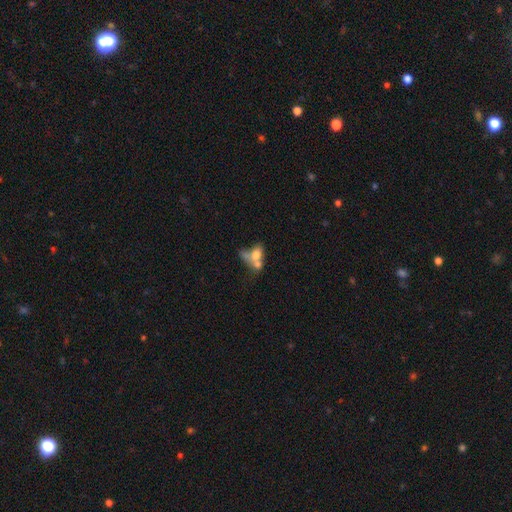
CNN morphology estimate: Smooth or featured?
  - smooth: 60% *
  - featured or disk: 29%
  - star or artifact: 11%
How rounded?
  - in between: 68% *
  - round: 27%
  - cigar-shaped: 5%
Merging?
  - merger: 63% *
  - none: 16%
  - major disturbance: 12%
  - minor disturbance: 9%